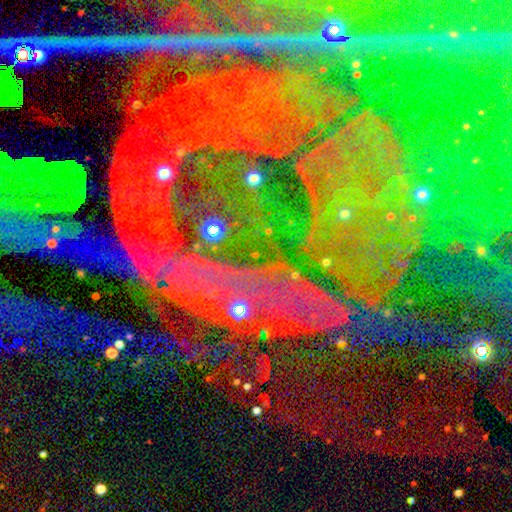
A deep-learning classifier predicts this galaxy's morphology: Smooth or featured?
  - star or artifact: 82% *
  - smooth: 10%
  - featured or disk: 9%